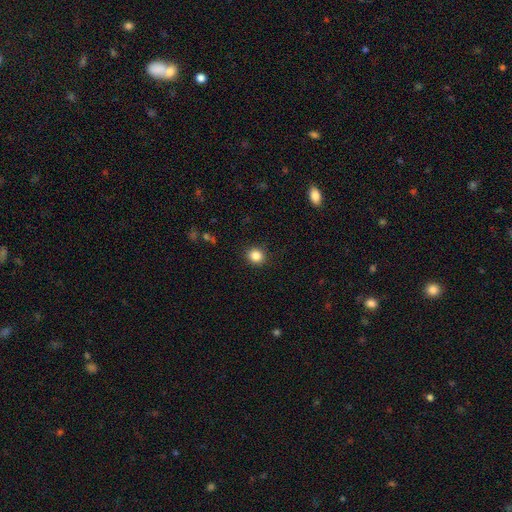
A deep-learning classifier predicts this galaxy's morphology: Smooth or featured: smooth — 85% (star or artifact — 11%)
How rounded: round — 82% (in between — 17%)
Merging: none — 90% (minor disturbance — 7%)